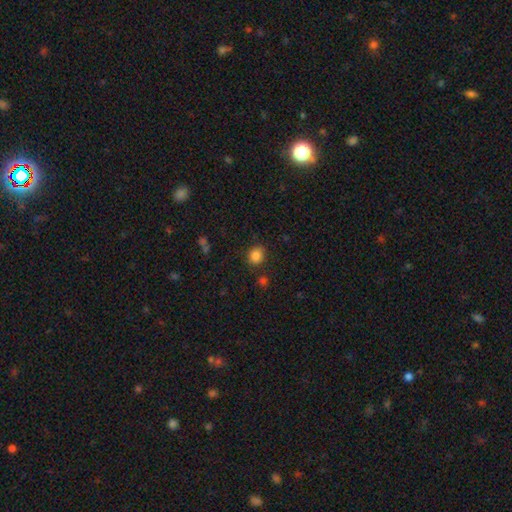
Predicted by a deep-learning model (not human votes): Smooth or featured: smooth — 85% (star or artifact — 11%)
How rounded: round — 70% (in between — 29%)
Merging: none — 83% (minor disturbance — 10%)